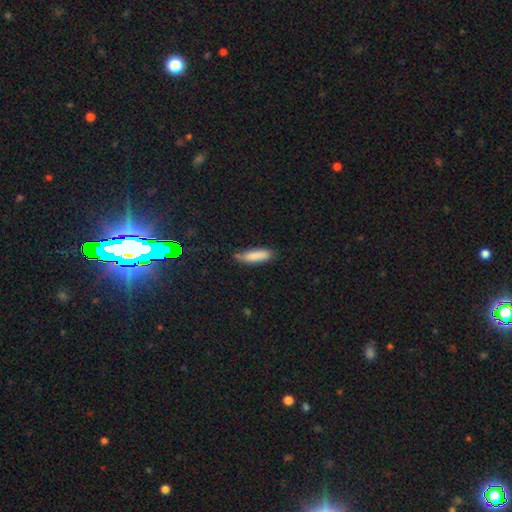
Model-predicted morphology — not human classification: smooth 84%, featured or disk 9%, star or artifact 7%. Down the decision tree: how rounded — cigar-shaped (63%); merging — none (63%).